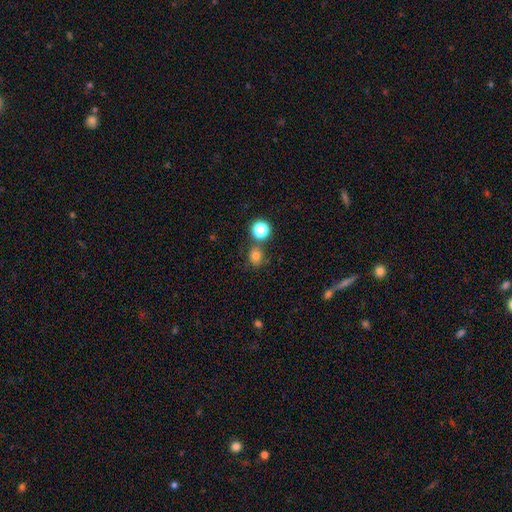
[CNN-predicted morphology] smooth-or-featured: smooth: 77% | star or artifact: 17% | featured or disk: 6%
  how-rounded: round: 76% | in between: 23% | cigar-shaped: 1%
  merging: none: 69% | merger: 16% | minor disturbance: 11% | major disturbance: 4%